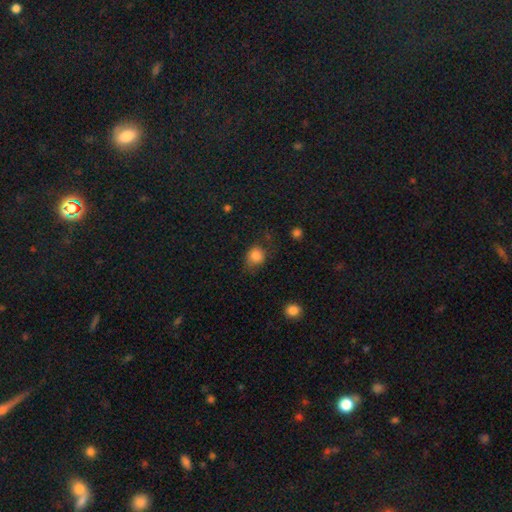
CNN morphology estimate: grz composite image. It shows a smooth galaxy with no disk features (82%) that is round (71%). Merging: none (61%).